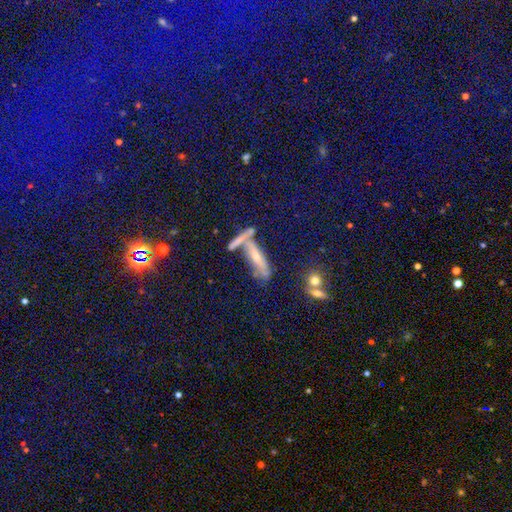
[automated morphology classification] Q: Smooth or featured?
A: featured or disk (39%); runner-up: smooth (36%)
Q: Merging?
A: none (52%); runner-up: merger (19%)